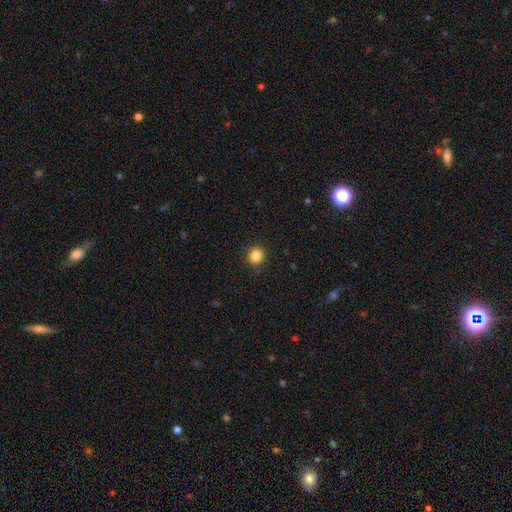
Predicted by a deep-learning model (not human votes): smooth-or-featured: smooth: 85% | star or artifact: 11% | featured or disk: 4%
  how-rounded: round: 87% | in between: 12% | cigar-shaped: 1%
  merging: none: 89% | minor disturbance: 8% | major disturbance: 2% | merger: 1%